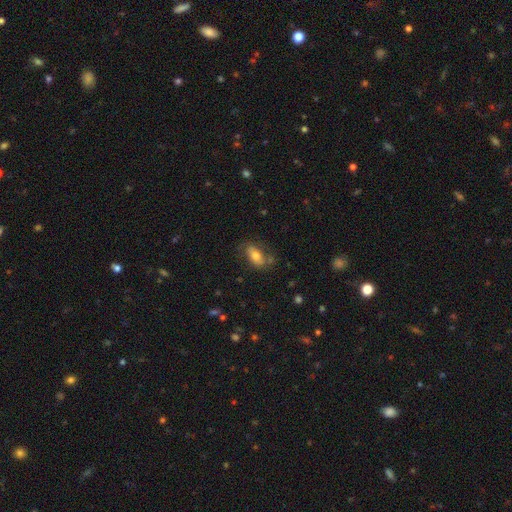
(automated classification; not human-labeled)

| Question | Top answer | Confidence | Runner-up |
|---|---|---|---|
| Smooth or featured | smooth | 61% | featured or disk (30%) |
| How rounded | in between | 86% | cigar-shaped (7%) |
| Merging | none | 63% | minor disturbance (22%) |